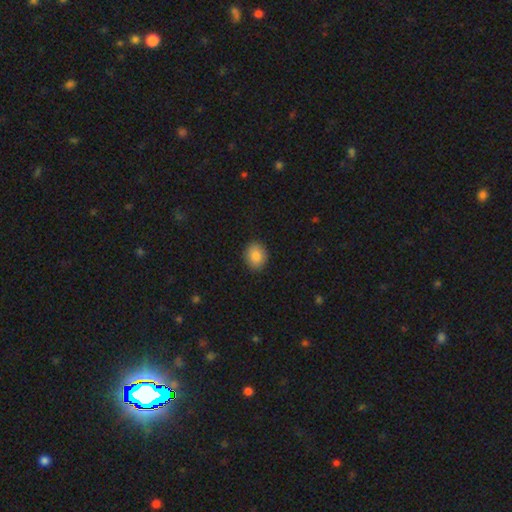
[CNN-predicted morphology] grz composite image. It shows a smooth galaxy with no disk features (85%) that is round (64%). Merging: none (89%).